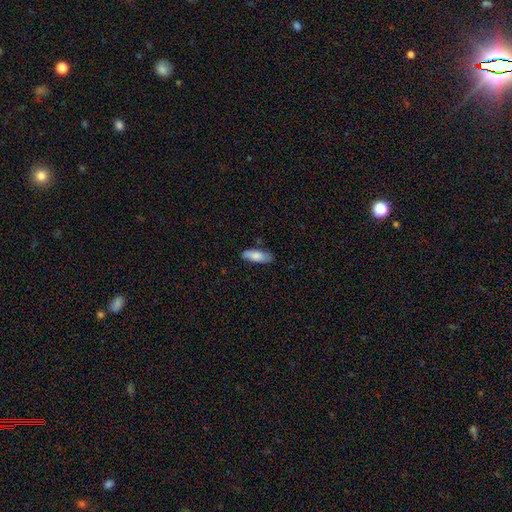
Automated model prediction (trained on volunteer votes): This appears to be a smooth galaxy with no disk features (82%) that is in between round and cigar-shaped (68%). Merging: none (80%).